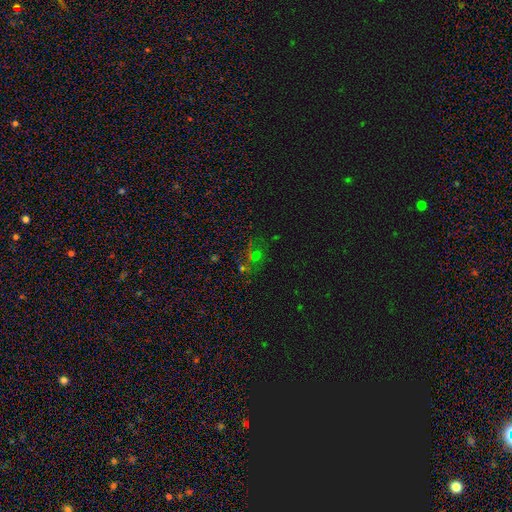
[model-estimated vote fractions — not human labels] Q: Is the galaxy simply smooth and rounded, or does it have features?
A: star or artifact — 49%.